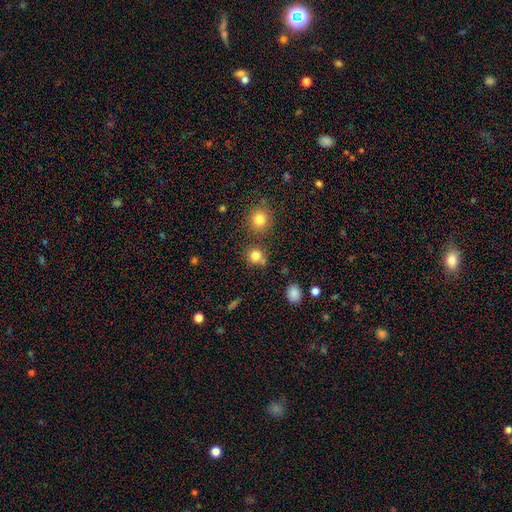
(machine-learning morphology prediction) This is clearly a smooth galaxy (81%). How rounded: clearly round (86%). Merging: likely none (72%).